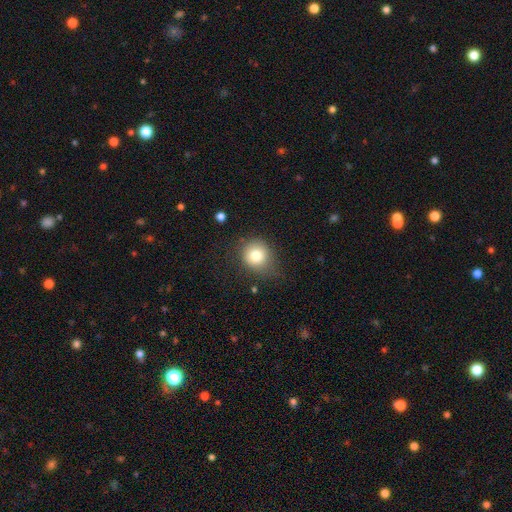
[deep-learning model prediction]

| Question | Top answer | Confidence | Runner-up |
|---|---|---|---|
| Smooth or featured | smooth | 79% | star or artifact (11%) |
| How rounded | round | 85% | in between (14%) |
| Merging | none | 68% | minor disturbance (22%) |